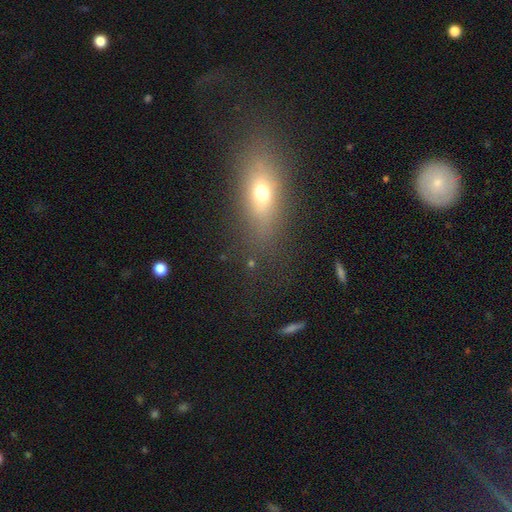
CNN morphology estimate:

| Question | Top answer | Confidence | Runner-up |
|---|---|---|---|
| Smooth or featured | smooth | 54% | featured or disk (26%) |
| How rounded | in between | 57% | cigar-shaped (30%) |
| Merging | none | 77% | minor disturbance (13%) |